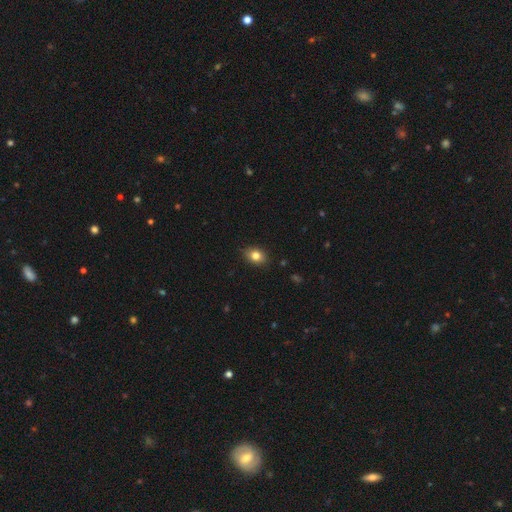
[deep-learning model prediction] smooth_or_featured: smooth (p=0.81) [alt: star or artifact p=0.10]
how_rounded: in between (p=0.63) [alt: round p=0.36]
merging: none (p=0.83) [alt: minor disturbance p=0.13]